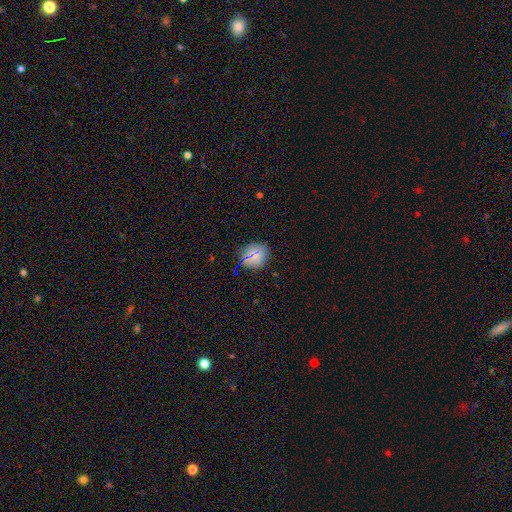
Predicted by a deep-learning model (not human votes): smooth-or-featured: smooth: 73% | star or artifact: 18% | featured or disk: 9%
  how-rounded: round: 83% | in between: 16% | cigar-shaped: 1%
  merging: none: 84% | minor disturbance: 11% | major disturbance: 3% | merger: 2%